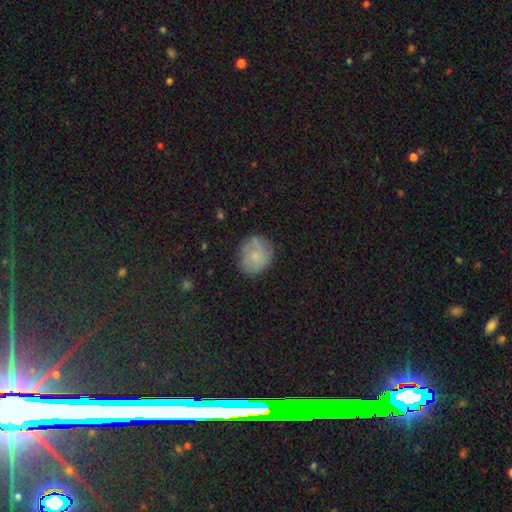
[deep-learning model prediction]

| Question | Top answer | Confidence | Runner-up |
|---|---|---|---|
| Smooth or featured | smooth | 61% | featured or disk (29%) |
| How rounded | round | 73% | in between (26%) |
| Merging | none | 73% | minor disturbance (19%) |